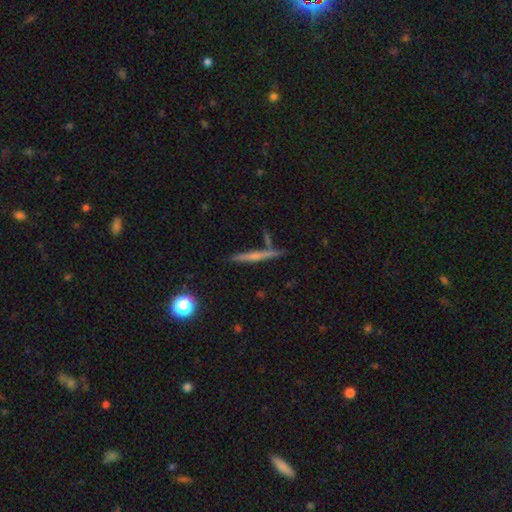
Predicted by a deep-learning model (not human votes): Smooth or featured? Predicted: featured or disk (p=0.48). Merging? Predicted: none (p=0.81).